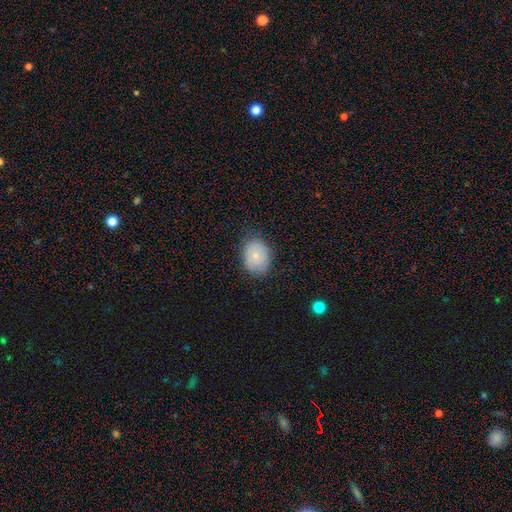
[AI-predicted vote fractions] smooth 71%, featured or disk 21%, star or artifact 8%. Down the decision tree: how rounded — in between (52%); merging — none (73%).